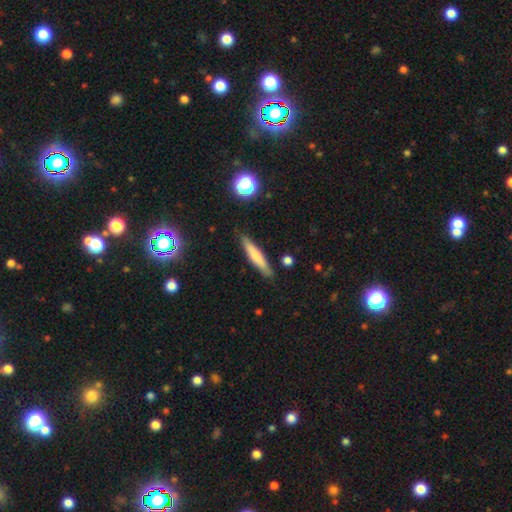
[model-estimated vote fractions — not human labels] Morphology: type=smooth (66%); roundness=cigar-shaped (88%); merging=none (86%).